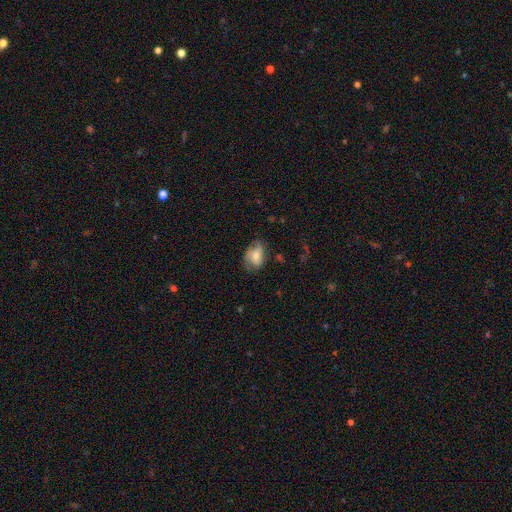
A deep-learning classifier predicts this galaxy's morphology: smooth_or_featured: smooth (p=0.51) [alt: featured or disk p=0.41]
how_rounded: in between (p=0.81) [alt: round p=0.16]
merging: none (p=0.58) [alt: minor disturbance p=0.28]